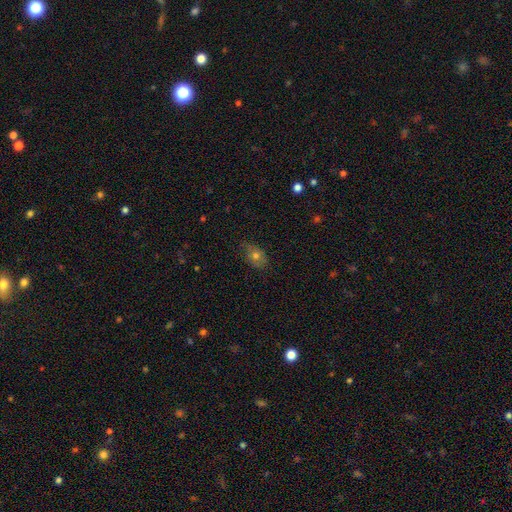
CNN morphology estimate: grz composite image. It shows a smooth galaxy with no disk features (63%) that is in between round and cigar-shaped (73%). Merging: none (72%).